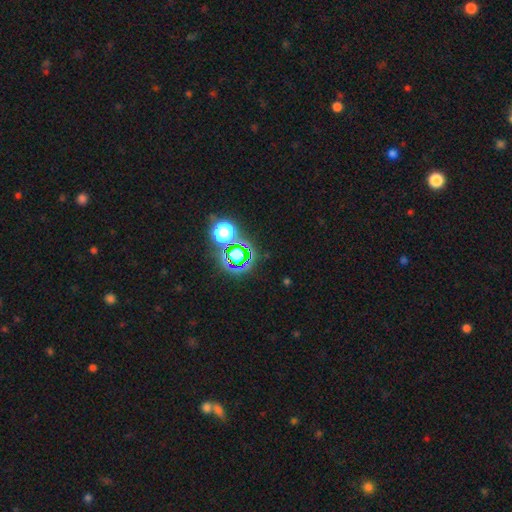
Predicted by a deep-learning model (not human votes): Overall: star or artifact (74%).